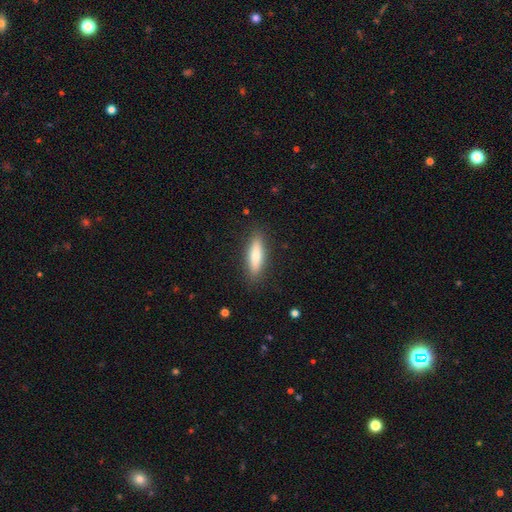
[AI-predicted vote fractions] Smooth or featured? Predicted: smooth (p=0.73). How rounded? Predicted: cigar-shaped (p=0.67). Merging? Predicted: none (p=0.87).